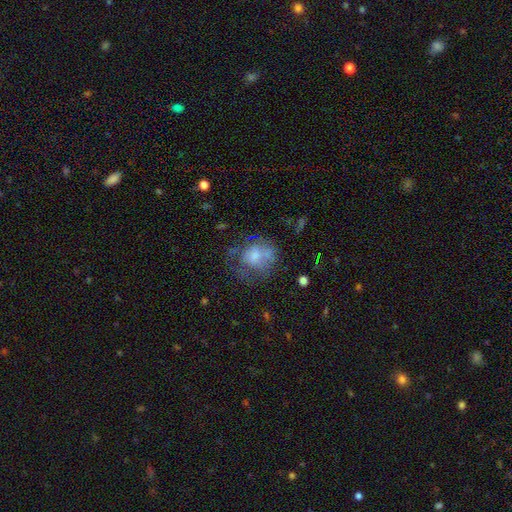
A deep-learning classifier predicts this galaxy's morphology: smooth-or-featured: smooth: 56% | featured or disk: 32% | star or artifact: 12%
  how-rounded: round: 62% | in between: 37% | cigar-shaped: 1%
  merging: none: 36% | major disturbance: 32% | minor disturbance: 25% | merger: 7%